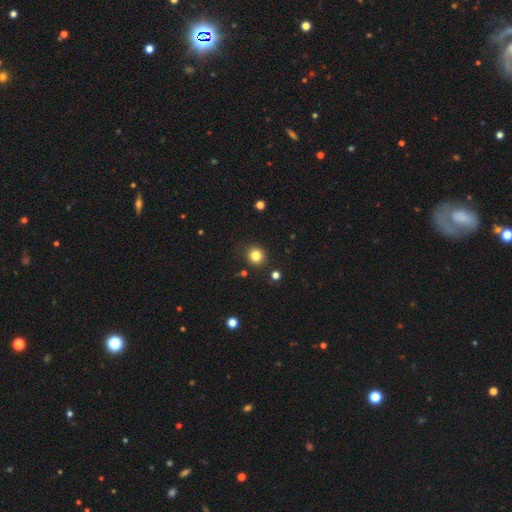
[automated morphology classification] type=smooth (81%); roundness=round (90%); merging=none (87%).